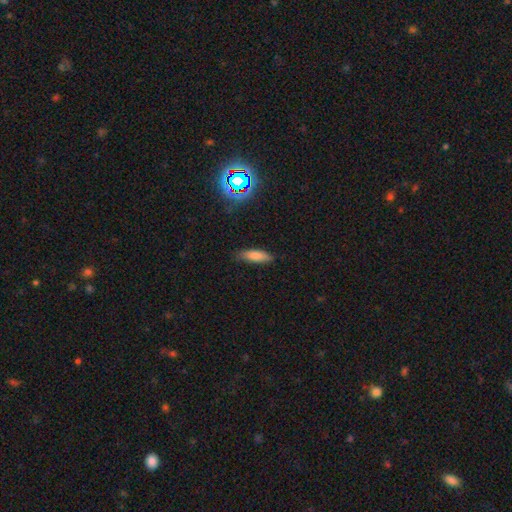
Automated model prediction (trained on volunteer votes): This is likely a smooth galaxy (78%). How rounded: possibly in between (50%). Merging: likely none (80%).